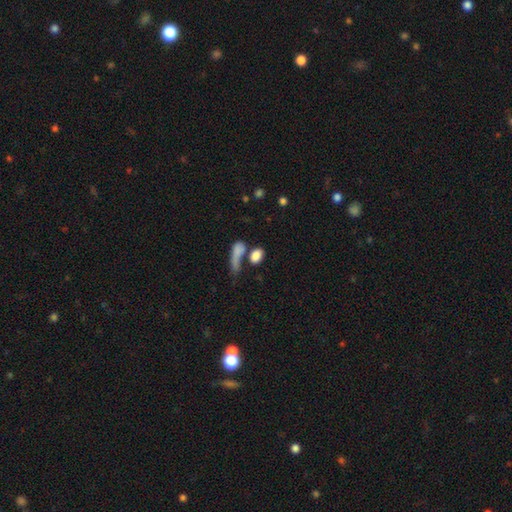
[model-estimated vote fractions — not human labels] A smooth galaxy with no disk features (82%) that is in between round and cigar-shaped (77%). Merging: none (44%).